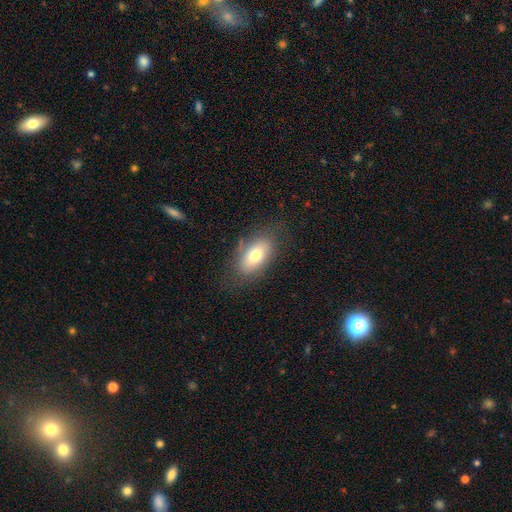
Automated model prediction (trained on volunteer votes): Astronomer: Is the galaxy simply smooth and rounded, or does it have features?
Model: smooth — 71%.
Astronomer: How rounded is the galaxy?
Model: in between — 91%.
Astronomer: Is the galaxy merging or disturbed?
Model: none — 75%.